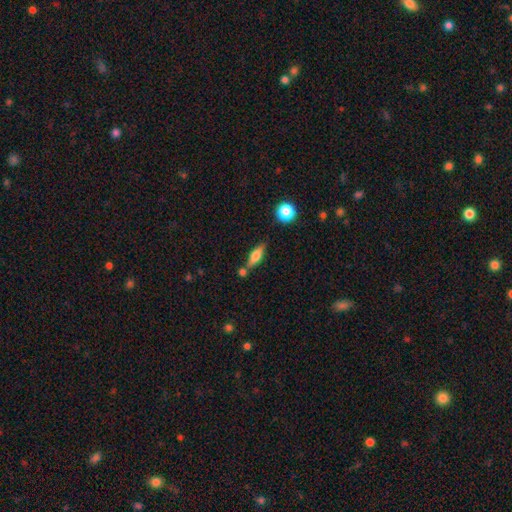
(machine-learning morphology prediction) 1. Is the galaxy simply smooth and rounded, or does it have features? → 58% smooth, 34% featured or disk, 8% star or artifact.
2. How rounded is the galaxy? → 49% in between, 47% cigar-shaped, 4% round.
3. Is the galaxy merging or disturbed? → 67% none, 16% merger, 14% minor disturbance, 4% major disturbance.